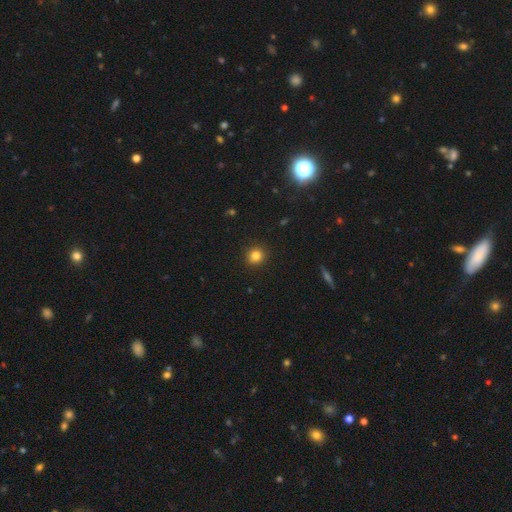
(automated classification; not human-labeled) Overall: smooth (83%). How rounded: round (89%). Merging: none (91%).